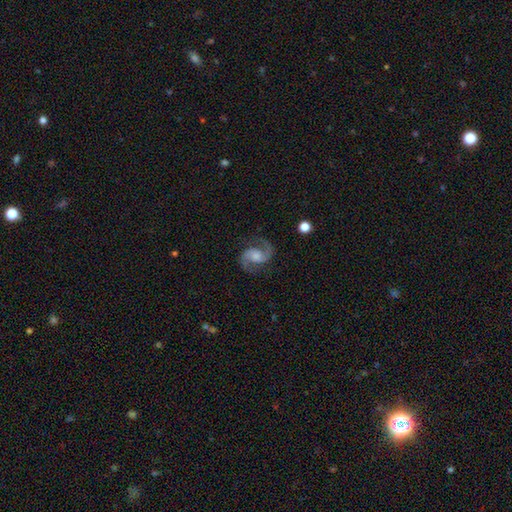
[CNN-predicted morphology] Overall: featured or disk (91%). Edge-on disk: no (98%). Bar: no (56%; weak 36%). Spiral arms: yes (98%). Spiral arm count: 2 (94%). Spiral winding: medium (60%; loose 28%). Bulge size: moderate (39%; small 26%). Merging: none (83%).